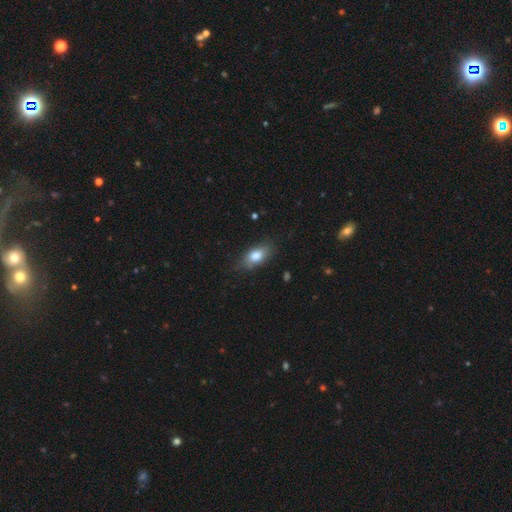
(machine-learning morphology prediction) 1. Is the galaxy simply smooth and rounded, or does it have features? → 80% smooth, 13% featured or disk, 7% star or artifact.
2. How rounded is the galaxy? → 85% in between, 8% cigar-shaped, 7% round.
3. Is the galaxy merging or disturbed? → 77% none, 18% minor disturbance, 4% major disturbance, 1% merger.